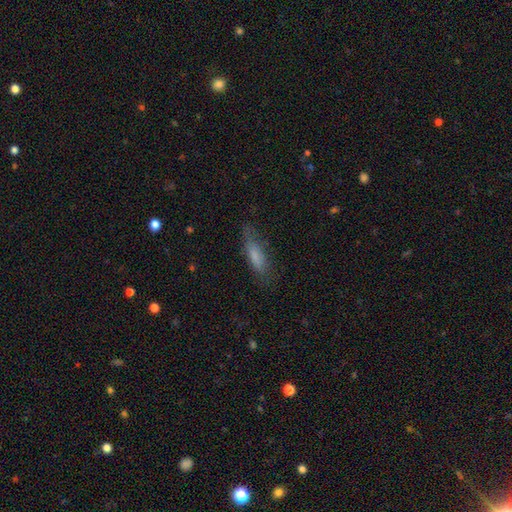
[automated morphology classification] Smooth or featured: smooth — 71% (featured or disk — 20%)
How rounded: cigar-shaped — 55% (in between — 43%)
Merging: none — 67% (minor disturbance — 23%)